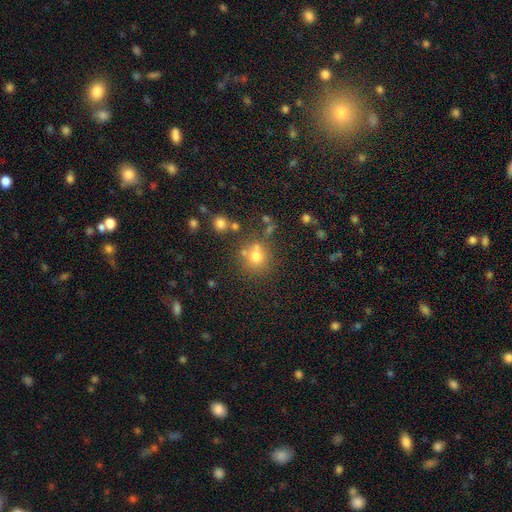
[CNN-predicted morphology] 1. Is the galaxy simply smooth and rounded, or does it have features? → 71% smooth, 17% star or artifact, 12% featured or disk.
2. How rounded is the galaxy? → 87% round, 12% in between, 1% cigar-shaped.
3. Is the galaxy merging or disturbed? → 65% none, 19% merger, 12% minor disturbance, 5% major disturbance.